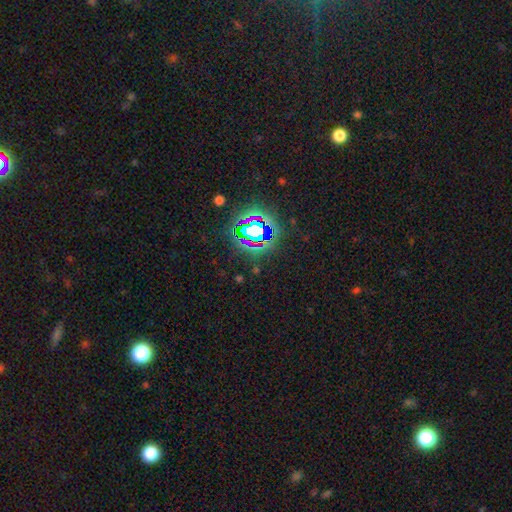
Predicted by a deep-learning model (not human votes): Morphology: type=star or artifact (78%).